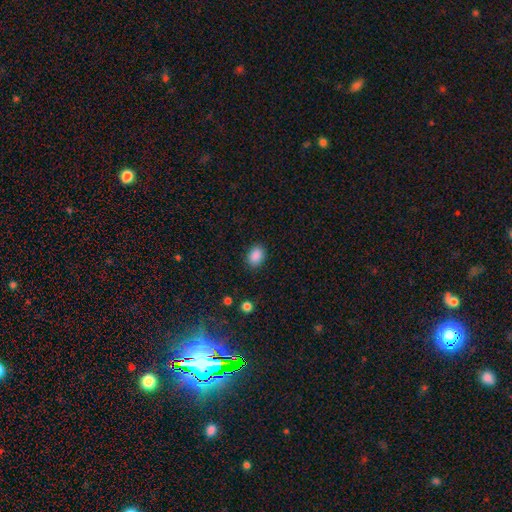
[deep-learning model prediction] A smooth galaxy with no disk features (89%) that is in between round and cigar-shaped (70%).

Vote fractions:
- Smooth or featured? smooth: 89% / star or artifact: 9% / featured or disk: 3%
- How rounded? in between: 70% / round: 29% / cigar-shaped: 1%
- Merging? none: 88% / minor disturbance: 9% / major disturbance: 3% / merger: 1%